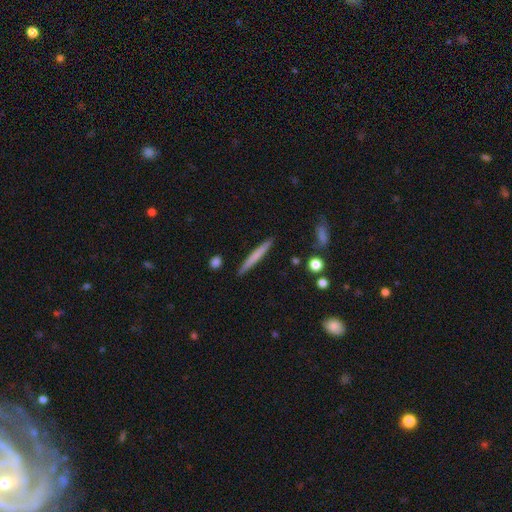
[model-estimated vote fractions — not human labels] Smooth or featured: smooth — 64% (featured or disk — 31%)
How rounded: cigar-shaped — 96% (in between — 2%)
Merging: none — 90% (minor disturbance — 7%)